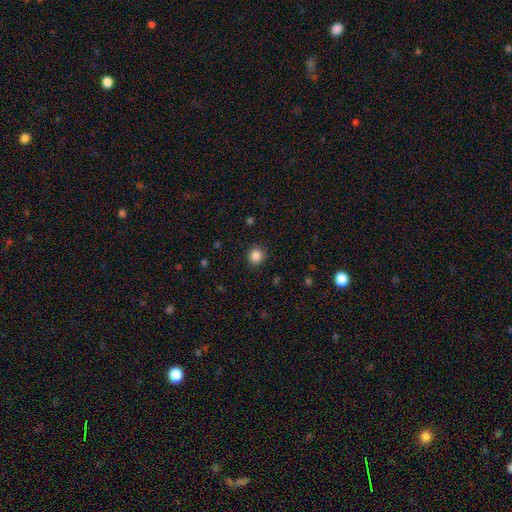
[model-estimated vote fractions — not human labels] The model was most divided on "smooth or featured": smooth: 86%, star or artifact: 11%, featured or disk: 3%. More confident: merging — none (90%); how rounded — round (89%).